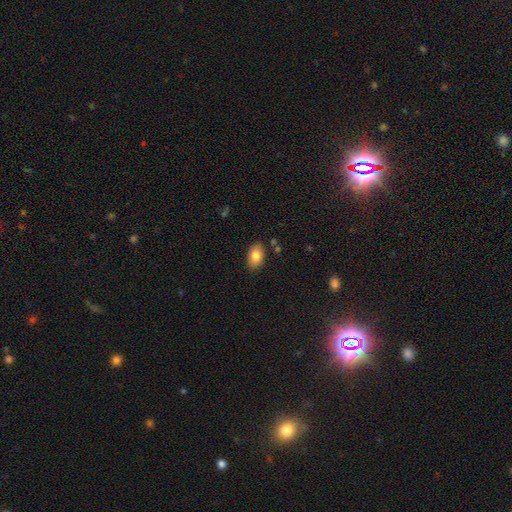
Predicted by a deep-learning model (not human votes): This appears to be a smooth galaxy with no disk features (82%) that is in between round and cigar-shaped (87%). Merging: none (84%).